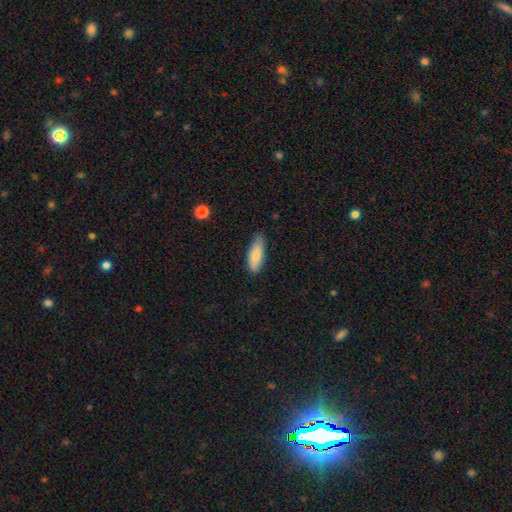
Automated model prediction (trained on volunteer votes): This is clearly a smooth galaxy (84%). How rounded: likely in between (69%). Merging: likely none (74%).